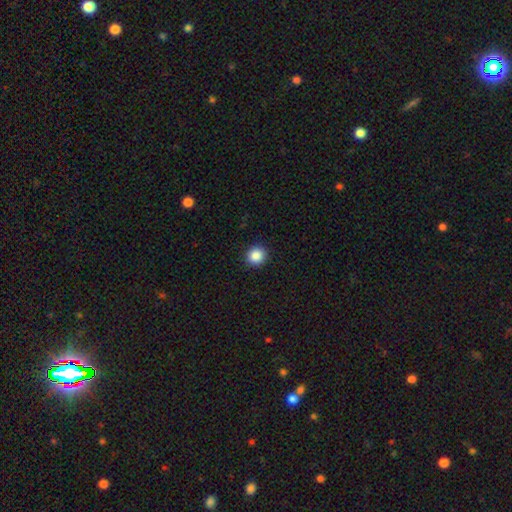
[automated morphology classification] Overall: smooth (87%). How rounded: round (92%). Merging: none (93%).